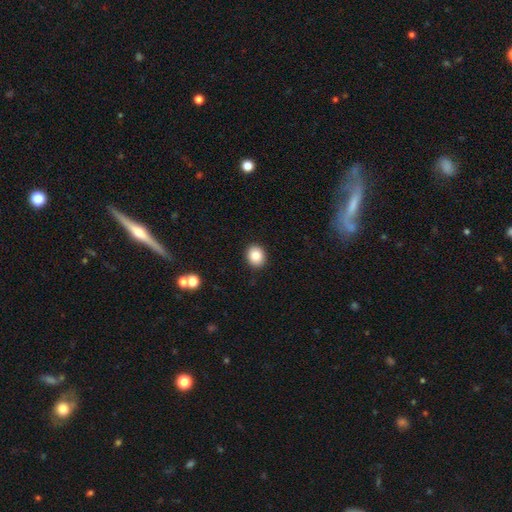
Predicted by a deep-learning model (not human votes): Q: Smooth or featured?
A: smooth (85%); runner-up: star or artifact (9%)
Q: How rounded?
A: round (64%); runner-up: in between (35%)
Q: Merging?
A: none (90%); runner-up: minor disturbance (6%)